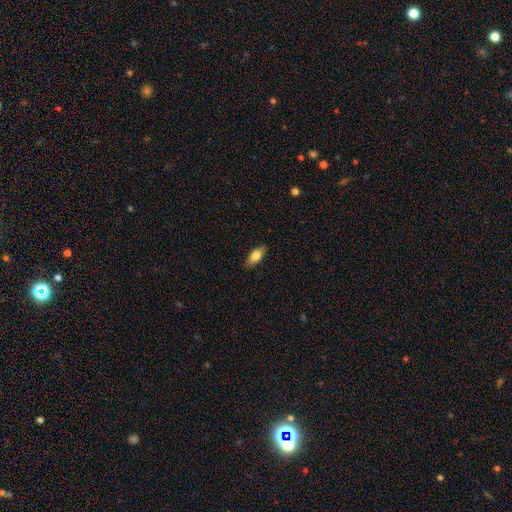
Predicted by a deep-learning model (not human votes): Smooth or featured? smooth (72%)
How rounded? in between (77%)
Merging? none (84%)